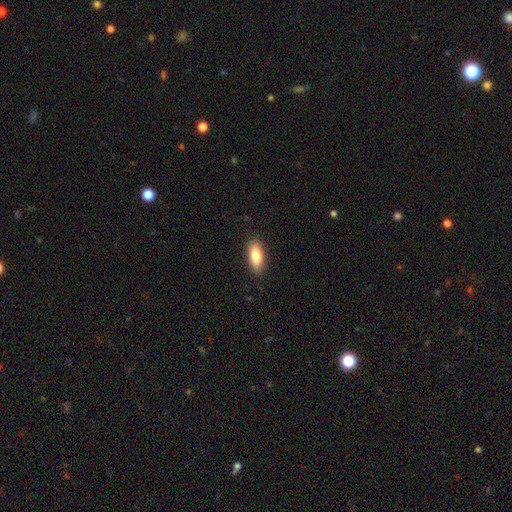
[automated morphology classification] Smooth or featured? smooth (81%)
How rounded? in between (76%)
Merging? none (88%)